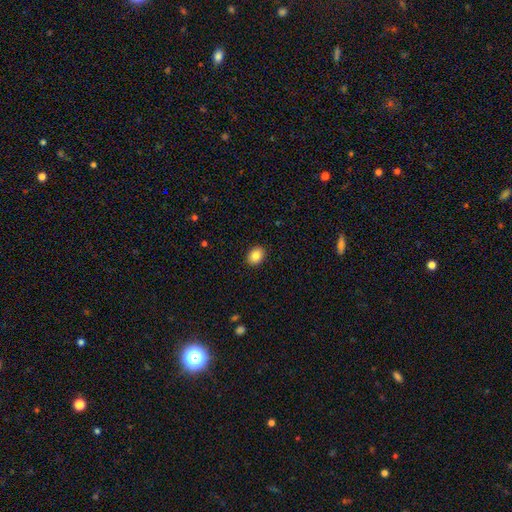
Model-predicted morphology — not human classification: Smooth or featured? smooth (86%)
How rounded? in between (53%)
Merging? none (91%)